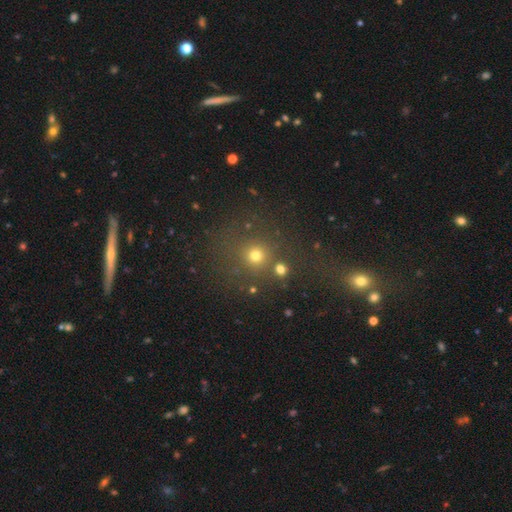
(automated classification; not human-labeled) smooth 67%, star or artifact 24%, featured or disk 8%. Down the decision tree: how rounded — round (91%); merging — none (74%).